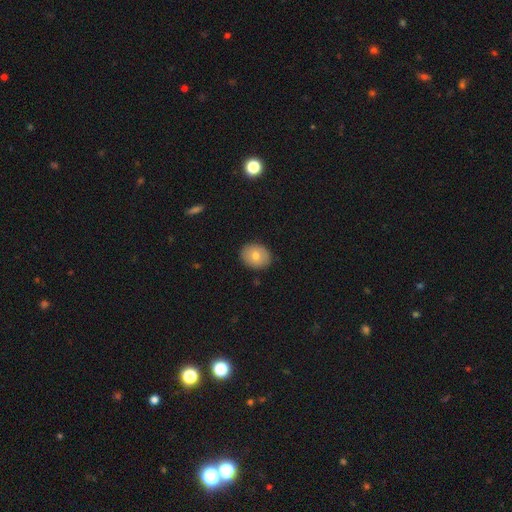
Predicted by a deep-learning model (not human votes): Morphology: type=smooth (72%); roundness=in between (51%); merging=none (89%).